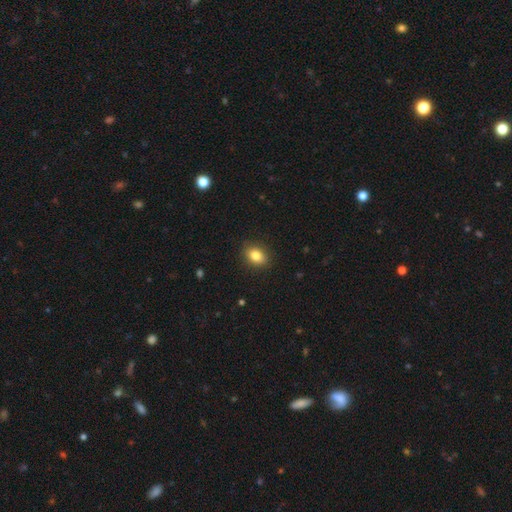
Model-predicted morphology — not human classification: Q: Smooth or featured?
A: smooth (84%); runner-up: star or artifact (9%)
Q: How rounded?
A: in between (74%); runner-up: round (25%)
Q: Merging?
A: none (87%); runner-up: minor disturbance (10%)